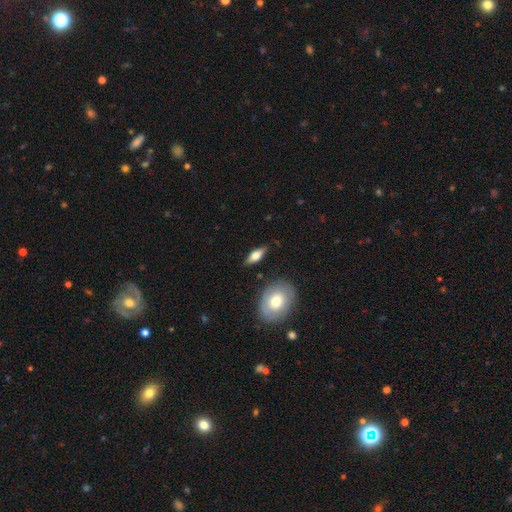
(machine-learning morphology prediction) A smooth galaxy with no disk features (53%) that is in between round and cigar-shaped (64%). Merging: none (84%).